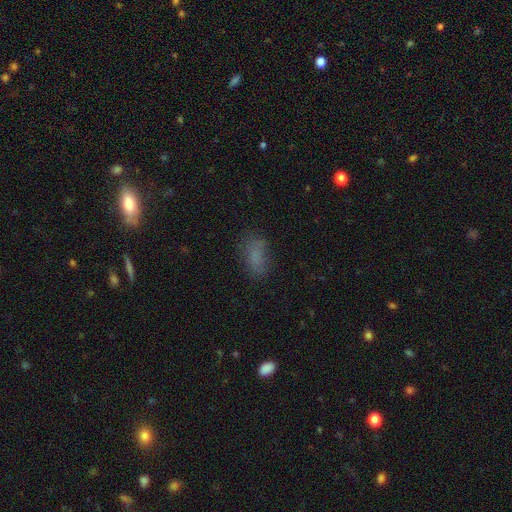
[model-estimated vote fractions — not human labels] Overall: smooth (77%). How rounded: in between (87%). Merging: none (70%).